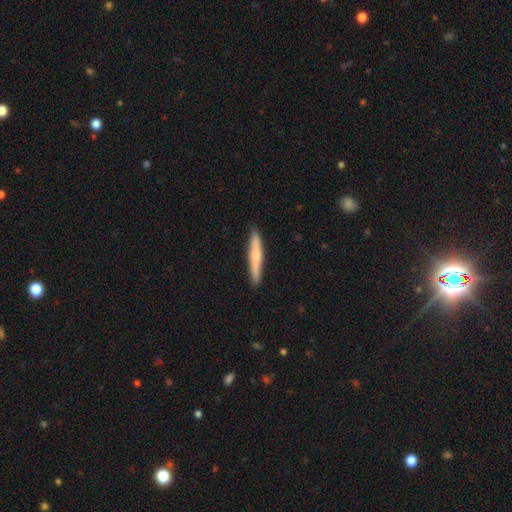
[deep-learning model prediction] This is likely a smooth galaxy (61%). How rounded: clearly cigar-shaped (95%). Merging: clearly none (90%).